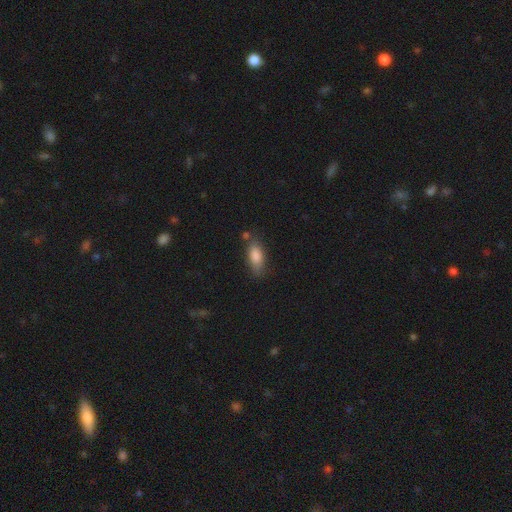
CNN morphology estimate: smooth_or_featured: smooth (p=0.84) [alt: featured or disk p=0.09]
how_rounded: in between (p=0.81) [alt: cigar-shaped p=0.16]
merging: none (p=0.69) [alt: minor disturbance p=0.20]